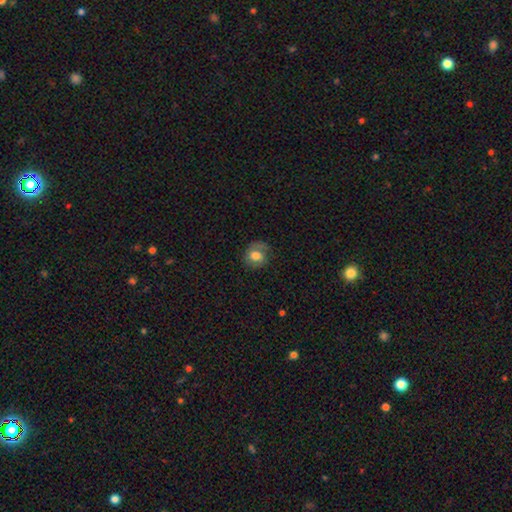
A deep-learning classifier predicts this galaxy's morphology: smooth-or-featured: smooth: 68% | featured or disk: 24% | star or artifact: 9%
  how-rounded: round: 69% | in between: 30% | cigar-shaped: 1%
  merging: none: 64% | minor disturbance: 23% | major disturbance: 12% | merger: 1%